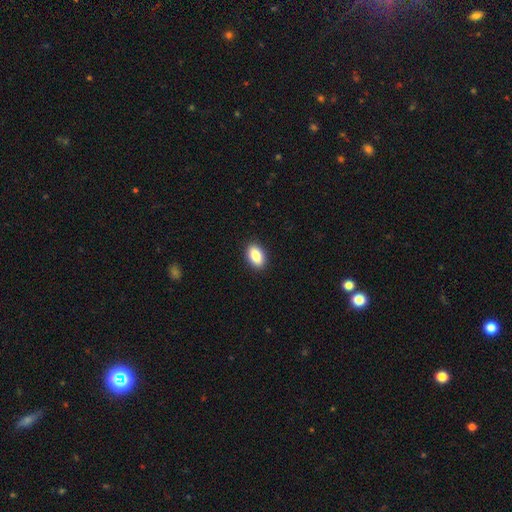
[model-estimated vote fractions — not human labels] smooth-or-featured: smooth: 86% | star or artifact: 7% | featured or disk: 7%
  how-rounded: in between: 90% | round: 8% | cigar-shaped: 3%
  merging: none: 90% | minor disturbance: 7% | major disturbance: 2% | merger: 1%